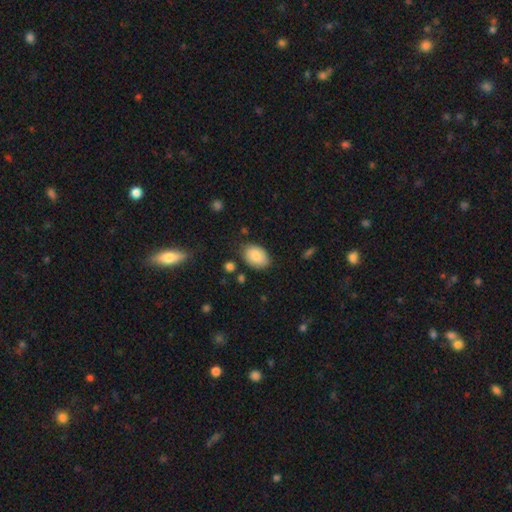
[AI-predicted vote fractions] Q: Smooth or featured?
A: smooth (84%); runner-up: featured or disk (9%)
Q: How rounded?
A: in between (83%); runner-up: round (16%)
Q: Merging?
A: none (76%); runner-up: minor disturbance (18%)